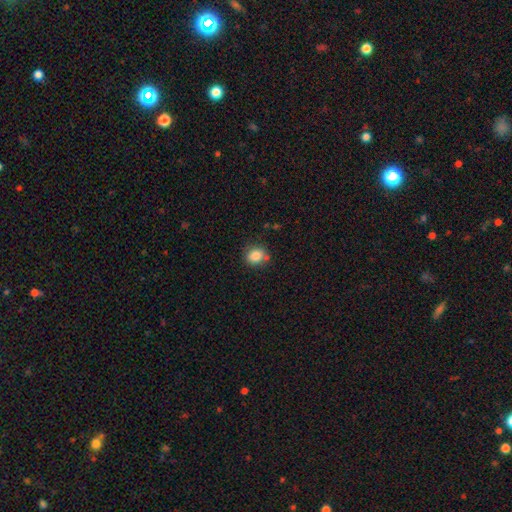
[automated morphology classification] A smooth galaxy with no disk features (85%) that is round (59%).

Vote fractions:
- Smooth or featured? smooth: 85% / star or artifact: 9% / featured or disk: 5%
- How rounded? round: 59% / in between: 40% / cigar-shaped: 1%
- Merging? none: 75% / minor disturbance: 17% / merger: 4% / major disturbance: 4%